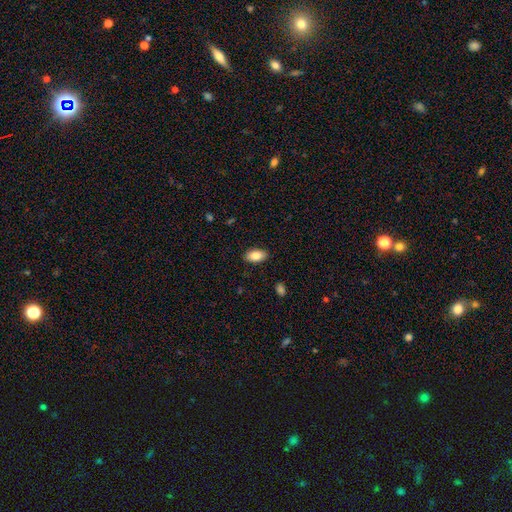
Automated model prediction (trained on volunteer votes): This is clearly a smooth galaxy (85%). How rounded: clearly in between (93%). Merging: clearly none (88%).